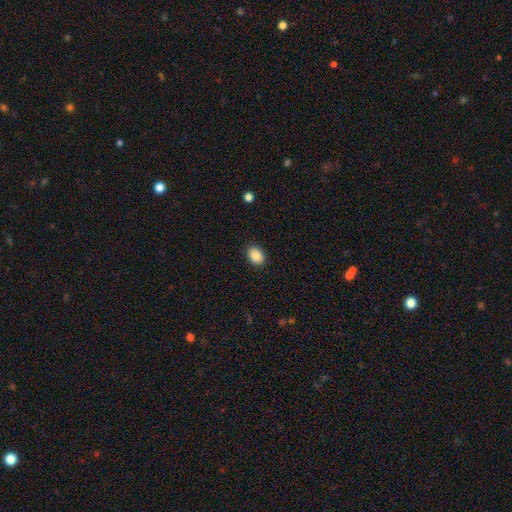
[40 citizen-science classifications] smooth-or-featured: smooth: 90% | star or artifact: 8% | featured or disk: 2%
  how-rounded: in between: 81% | round: 19% | cigar-shaped: 0%
  merging: none: 95% | minor disturbance: 5% | major disturbance: 0% | merger: 0%